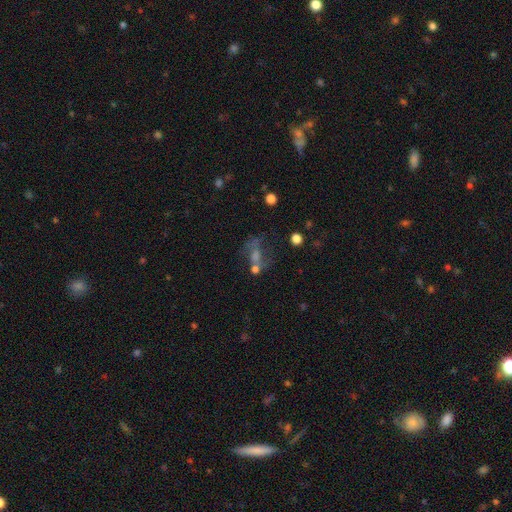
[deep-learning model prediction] smooth_or_featured: featured or disk (p=0.41) [alt: smooth p=0.30]
merging: none (p=0.40) [alt: merger p=0.22]